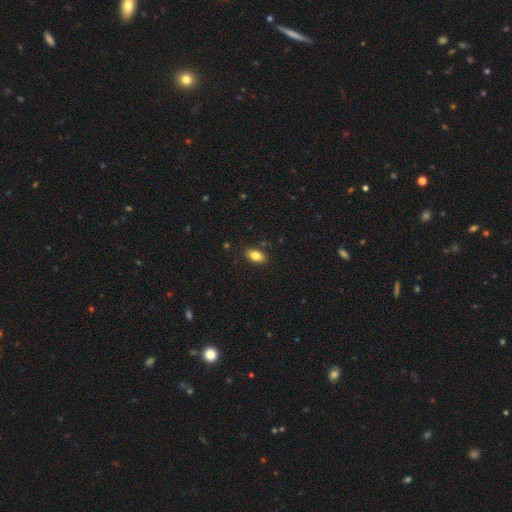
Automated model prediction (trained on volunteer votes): smooth_or_featured: smooth (p=0.83) [alt: star or artifact p=0.09]
how_rounded: in between (p=0.89) [alt: round p=0.08]
merging: none (p=0.86) [alt: minor disturbance p=0.10]